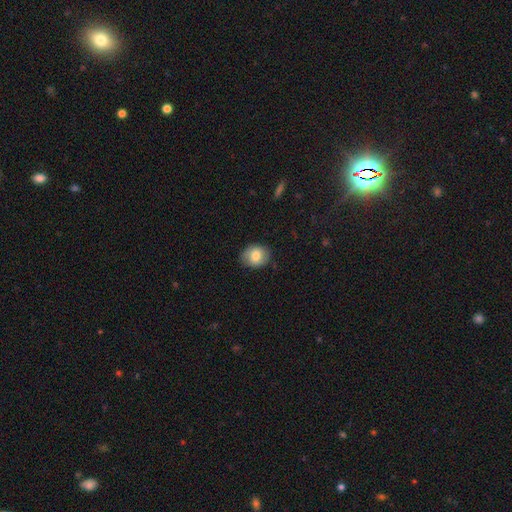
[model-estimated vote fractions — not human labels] Smooth or featured? Predicted: smooth (p=0.76). How rounded? Predicted: round (p=0.55). Merging? Predicted: none (p=0.81).